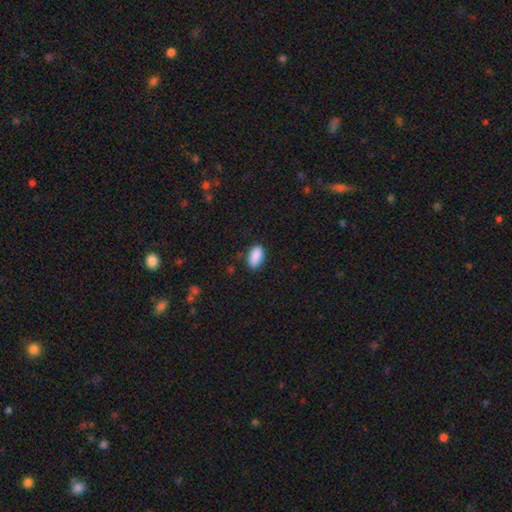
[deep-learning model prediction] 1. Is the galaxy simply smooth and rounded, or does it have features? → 90% smooth, 7% star or artifact, 3% featured or disk.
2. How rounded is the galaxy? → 93% in between, 4% round, 3% cigar-shaped.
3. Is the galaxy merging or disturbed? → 84% none, 12% minor disturbance, 3% major disturbance, 1% merger.